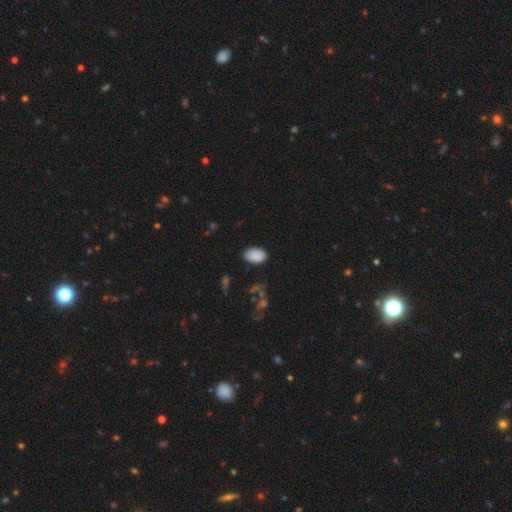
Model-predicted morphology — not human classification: A smooth galaxy with no disk features (88%) that is in between round and cigar-shaped (91%). Merging: none (82%).